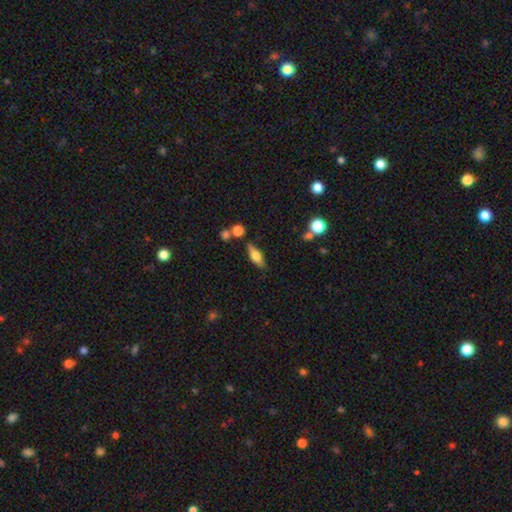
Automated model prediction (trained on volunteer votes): Morphology: type=smooth (51%); roundness=in between (64%); merging=none (77%).